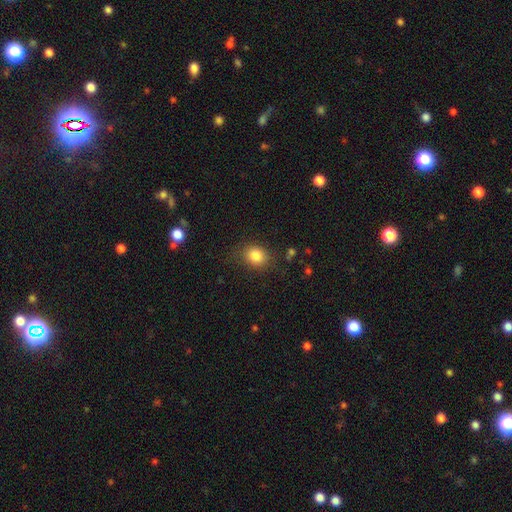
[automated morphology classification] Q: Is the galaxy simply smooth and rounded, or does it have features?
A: smooth — 84%.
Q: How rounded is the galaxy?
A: round — 56%.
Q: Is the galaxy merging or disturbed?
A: none — 80%.